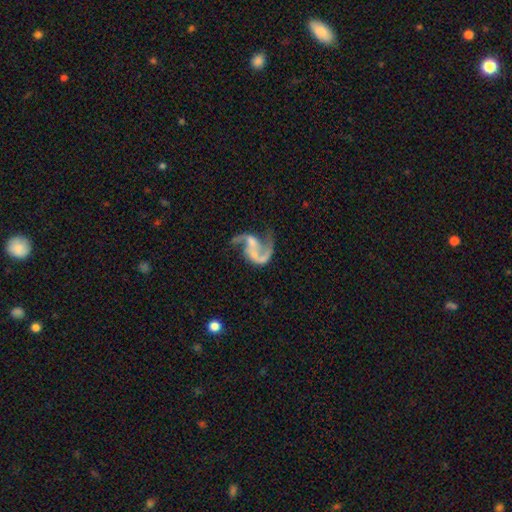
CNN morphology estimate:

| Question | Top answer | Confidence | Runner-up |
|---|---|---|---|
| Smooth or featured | featured or disk | 86% | smooth (7%) |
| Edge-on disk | no | 98% | yes (2%) |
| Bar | no | 51% | weak (36%) |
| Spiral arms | yes | 92% | no (8%) |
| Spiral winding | loose | 68% | medium (27%) |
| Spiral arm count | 2 | 82% | 1 (11%) |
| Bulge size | none | 42% | small (30%) |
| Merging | none | 40% | major disturbance (31%) |